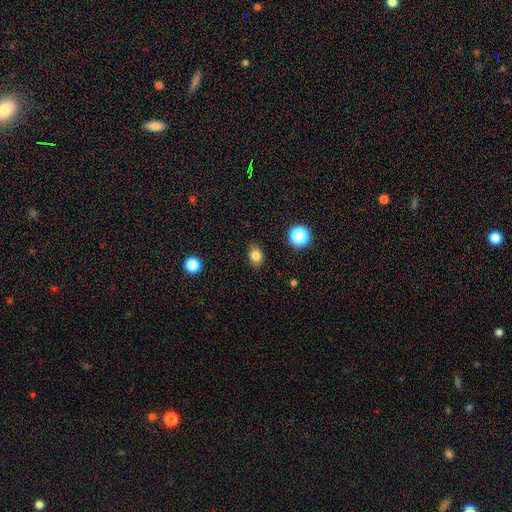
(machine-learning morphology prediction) smooth_or_featured: smooth (p=0.82) [alt: star or artifact p=0.12]
how_rounded: in between (p=0.64) [alt: round p=0.35]
merging: none (p=0.85) [alt: minor disturbance p=0.11]